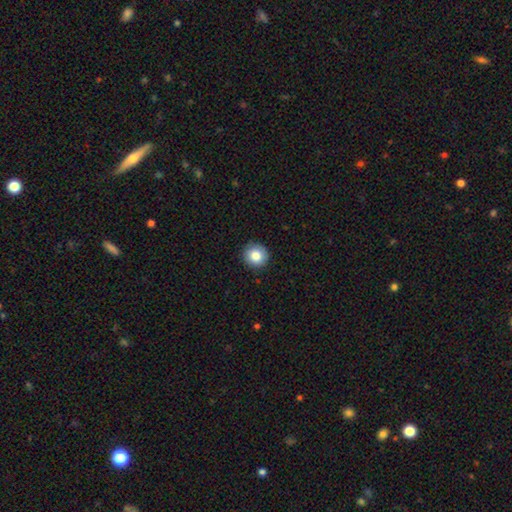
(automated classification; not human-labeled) The model was most divided on "smooth or featured": smooth: 84%, star or artifact: 9%, featured or disk: 7%. More confident: how rounded — round (92%); merging — none (91%).